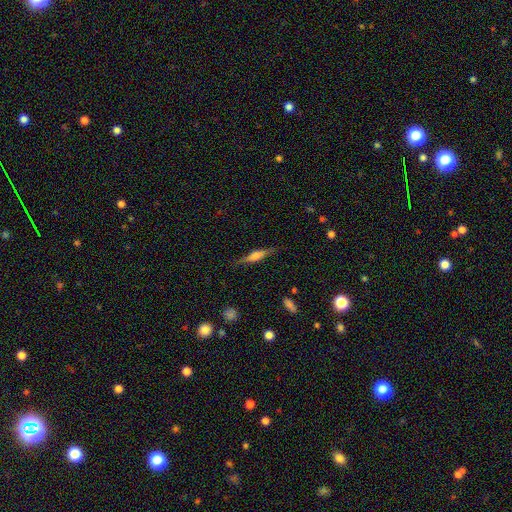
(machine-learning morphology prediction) Smooth or featured? featured or disk (63%)
Edge-on disk? yes (95%)
Edge-on bulge? rounded (65%)
Merging? none (83%)